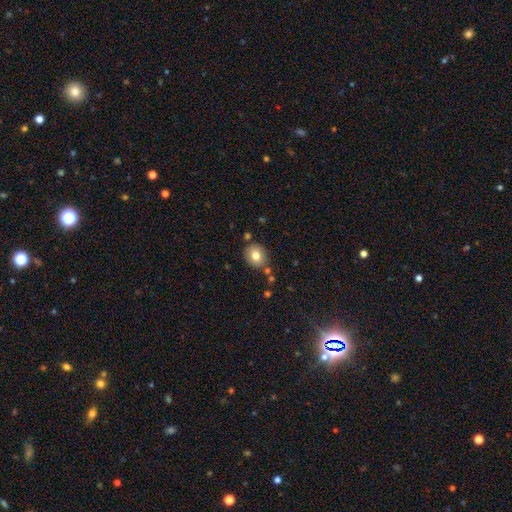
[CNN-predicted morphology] Smooth or featured? smooth (78%)
How rounded? round (73%)
Merging? none (79%)